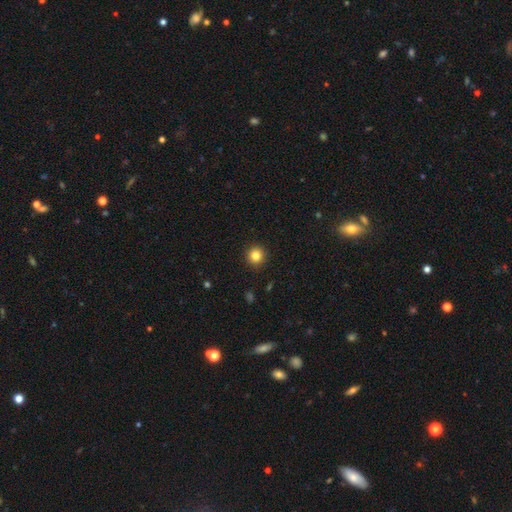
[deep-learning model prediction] This is clearly a smooth galaxy (83%). How rounded: clearly round (94%). Merging: clearly none (93%).